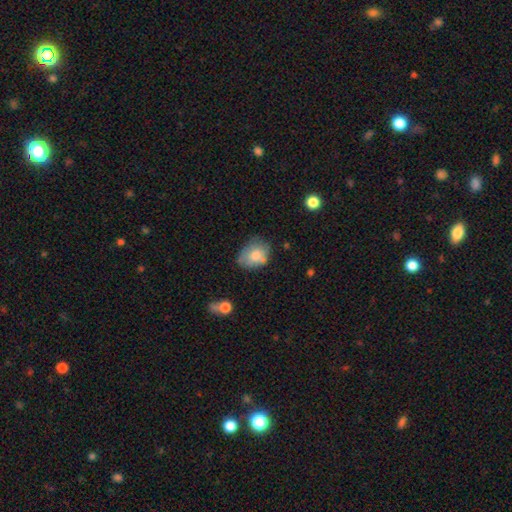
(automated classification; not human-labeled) This is likely a smooth galaxy (74%). How rounded: possibly in between (60%). Merging: possibly none (50%).